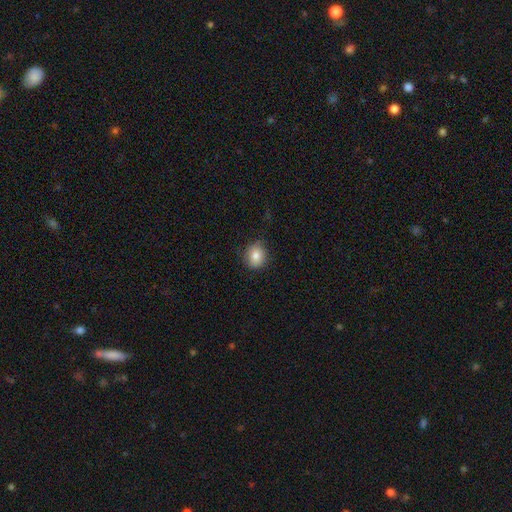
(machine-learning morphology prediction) Q: Smooth or featured?
A: smooth (81%); runner-up: star or artifact (10%)
Q: How rounded?
A: round (75%); runner-up: in between (24%)
Q: Merging?
A: none (81%); runner-up: minor disturbance (15%)